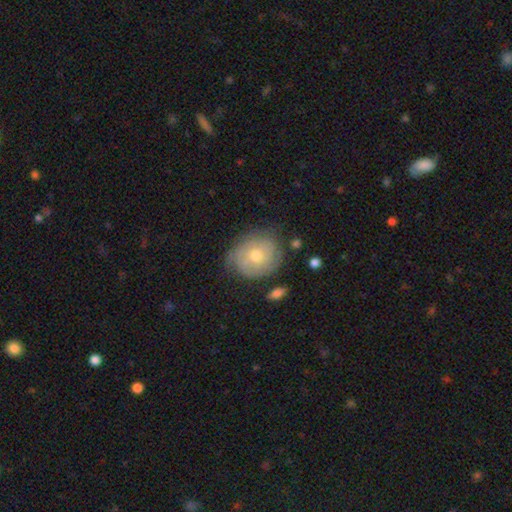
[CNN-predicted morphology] Q: Smooth or featured?
A: featured or disk (50%); runner-up: smooth (42%)
Q: Merging?
A: none (68%); runner-up: minor disturbance (23%)